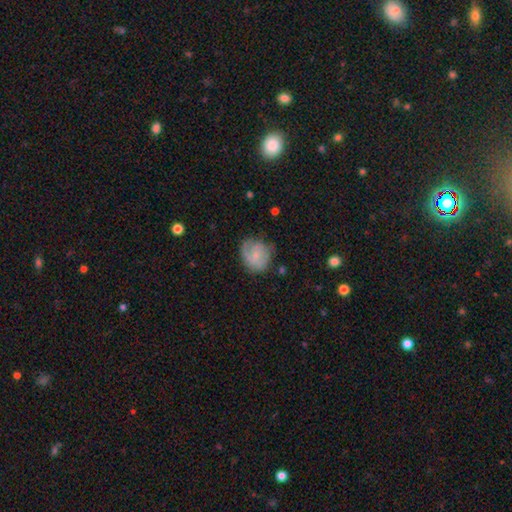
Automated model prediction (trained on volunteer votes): The model was most divided on "smooth or featured": smooth: 49%, featured or disk: 43%, star or artifact: 8%. More confident: merging — none (60%).